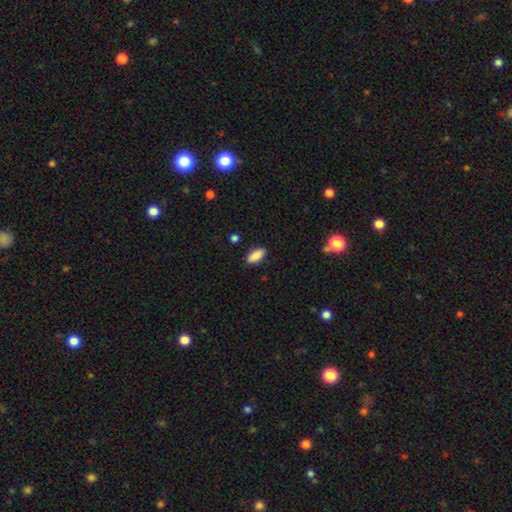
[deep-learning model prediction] A smooth galaxy with no disk features (89%) that is in between round and cigar-shaped (85%). Merging: none (88%).